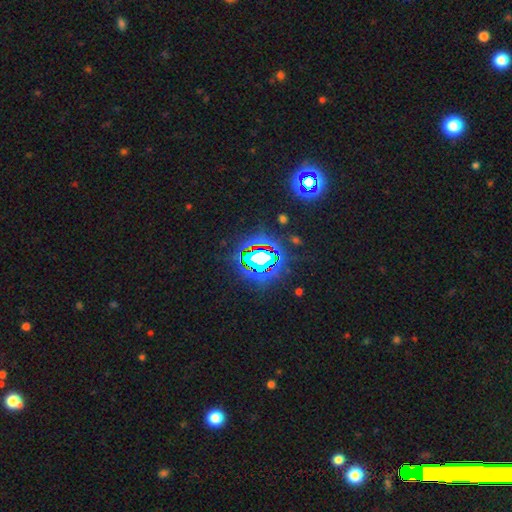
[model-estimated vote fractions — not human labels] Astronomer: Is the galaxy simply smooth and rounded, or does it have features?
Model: star or artifact — 73%.